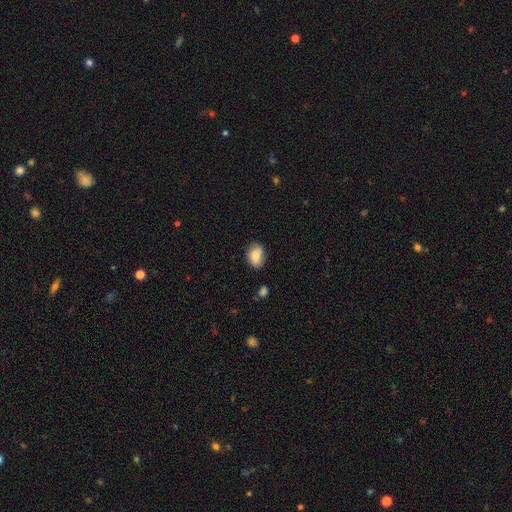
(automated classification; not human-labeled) A smooth galaxy with no disk features (83%) that is in between round and cigar-shaped (75%).

Vote fractions:
- Smooth or featured? smooth: 83% / featured or disk: 9% / star or artifact: 7%
- How rounded? in between: 75% / round: 24% / cigar-shaped: 1%
- Merging? none: 75% / minor disturbance: 20% / major disturbance: 4% / merger: 2%